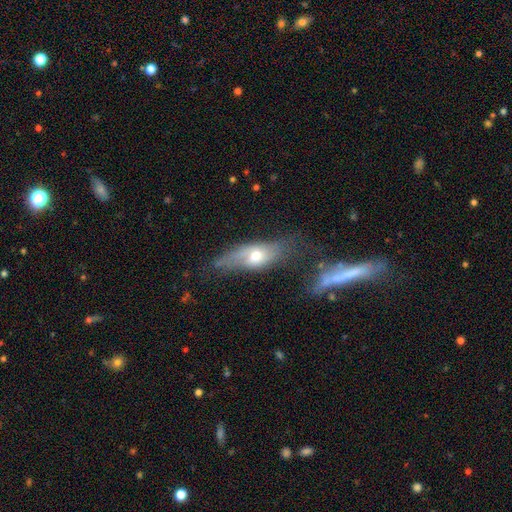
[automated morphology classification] Smooth or featured? Predicted: featured or disk (p=0.46, tied with smooth). Merging? Predicted: none (p=0.42).